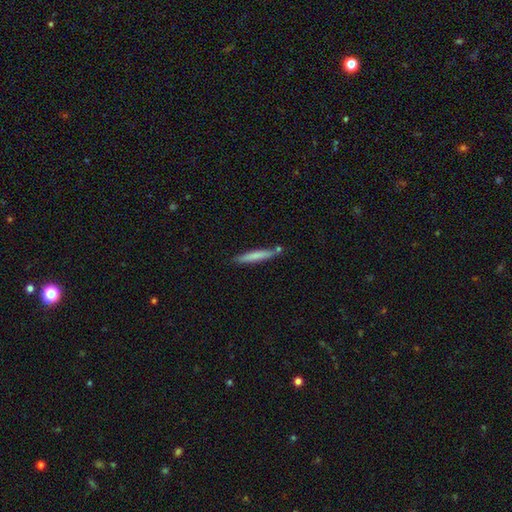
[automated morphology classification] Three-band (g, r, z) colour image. It shows a smooth galaxy with no disk features (71%) that is cigar-shaped (94%). Merging: none (78%).